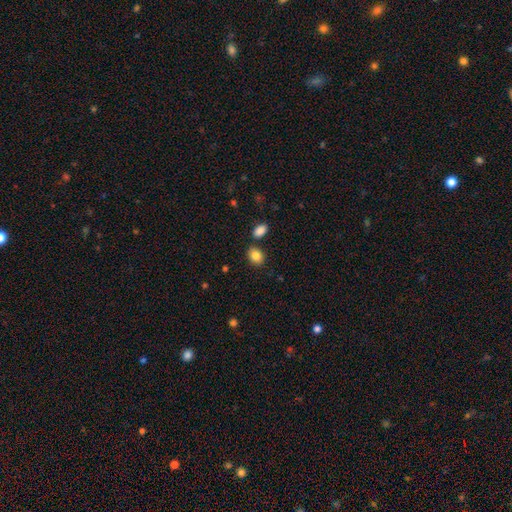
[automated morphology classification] A smooth galaxy with no disk features (86%) that is in between round and cigar-shaped (64%).

Vote fractions:
- Smooth or featured? smooth: 86% / star or artifact: 9% / featured or disk: 5%
- How rounded? in between: 64% / round: 35% / cigar-shaped: 1%
- Merging? none: 78% / minor disturbance: 10% / merger: 9% / major disturbance: 3%